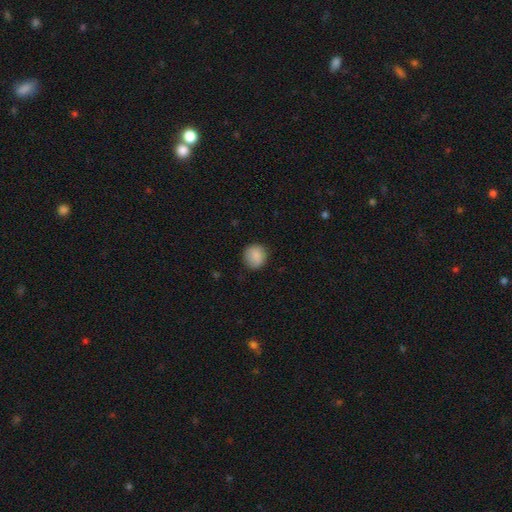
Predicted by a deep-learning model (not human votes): A smooth galaxy with no disk features (87%) that is round (88%).

Vote fractions:
- Smooth or featured? smooth: 87% / star or artifact: 8% / featured or disk: 5%
- How rounded? round: 88% / in between: 11% / cigar-shaped: 1%
- Merging? none: 86% / minor disturbance: 11% / major disturbance: 3% / merger: 1%